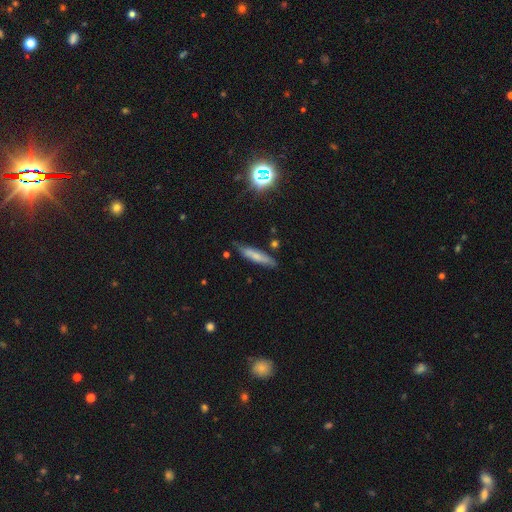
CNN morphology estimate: smooth 60%, featured or disk 31%, star or artifact 9%. Down the decision tree: how rounded — cigar-shaped (83%); merging — none (76%).